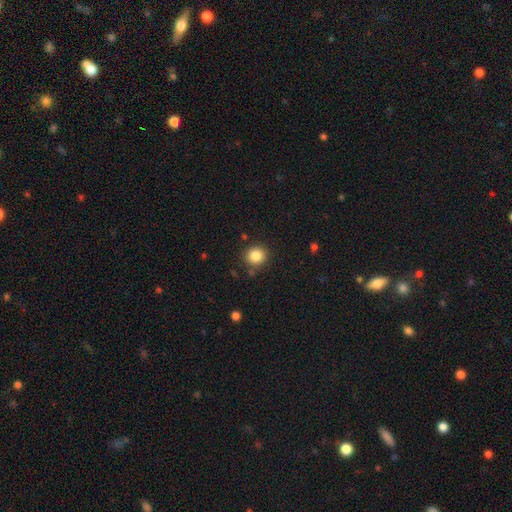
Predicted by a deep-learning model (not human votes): A smooth galaxy with no disk features (84%) that is round (88%). Merging: none (86%).